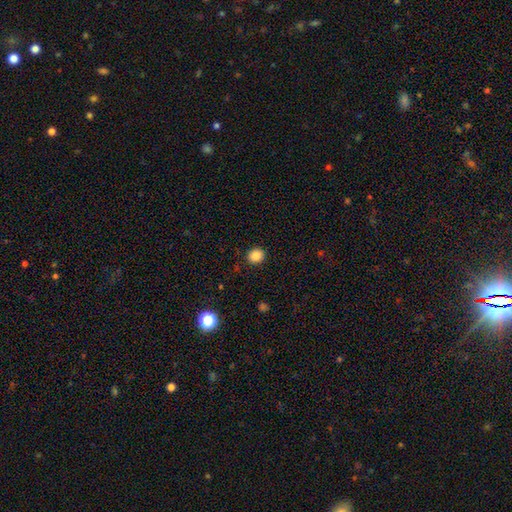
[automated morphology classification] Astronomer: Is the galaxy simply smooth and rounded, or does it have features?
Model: smooth — 86%.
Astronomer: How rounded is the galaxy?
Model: round — 79%.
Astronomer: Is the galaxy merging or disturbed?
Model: none — 90%.